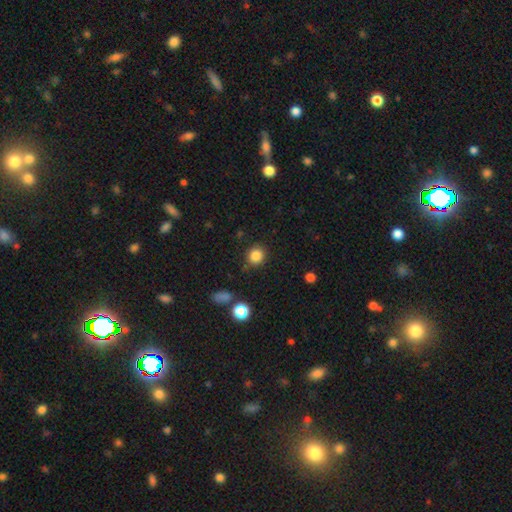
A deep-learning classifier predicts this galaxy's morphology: smooth 84%, star or artifact 11%, featured or disk 5%. Down the decision tree: how rounded — round (83%); merging — none (84%).